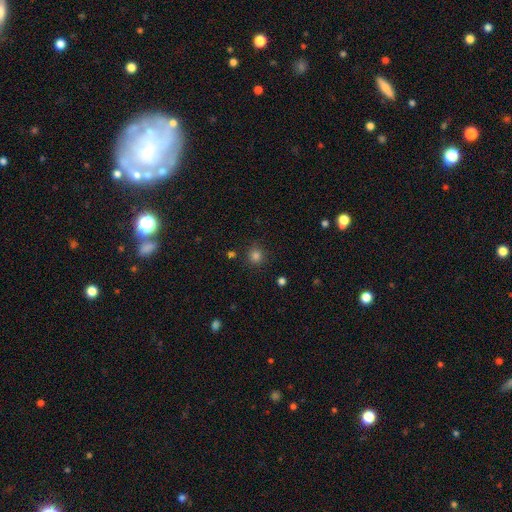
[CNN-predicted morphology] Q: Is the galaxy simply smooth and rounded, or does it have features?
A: smooth — 82%.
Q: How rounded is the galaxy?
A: round — 92%.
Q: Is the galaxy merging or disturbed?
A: none — 85%.